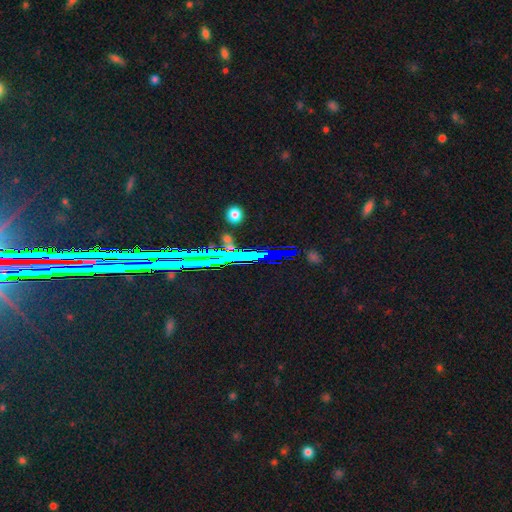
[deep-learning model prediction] Overall: star or artifact (70%).